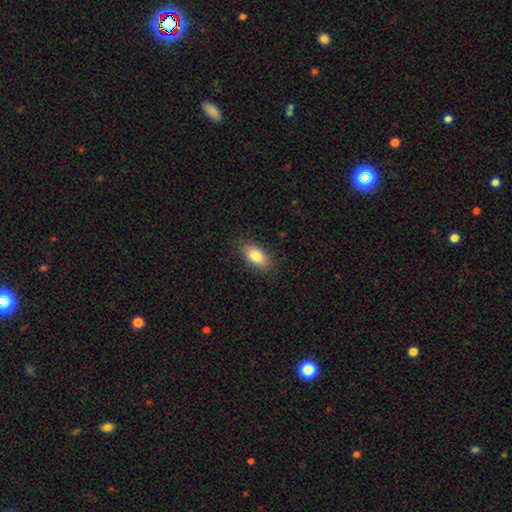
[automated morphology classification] Smooth or featured? smooth (82%)
How rounded? in between (91%)
Merging? none (85%)